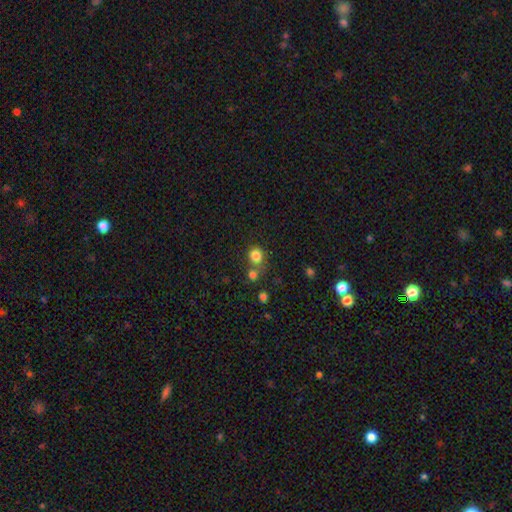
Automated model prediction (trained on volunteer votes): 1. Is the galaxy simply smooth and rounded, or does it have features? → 82% smooth, 12% star or artifact, 6% featured or disk.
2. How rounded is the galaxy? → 76% round, 23% in between, 1% cigar-shaped.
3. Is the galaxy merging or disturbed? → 58% none, 26% merger, 11% minor disturbance, 4% major disturbance.